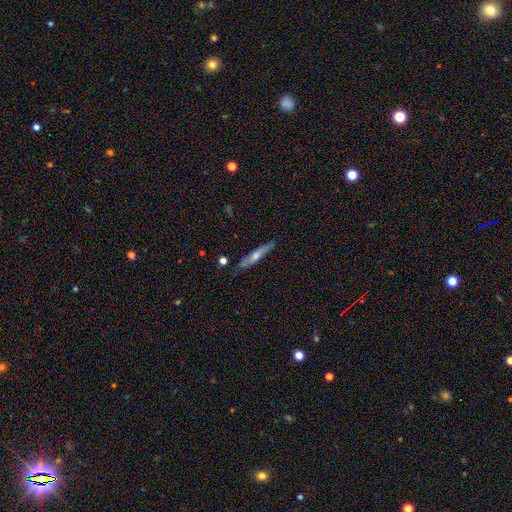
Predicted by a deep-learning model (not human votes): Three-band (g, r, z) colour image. It shows a featured or disk galaxy (48%). Merging: none (82%).